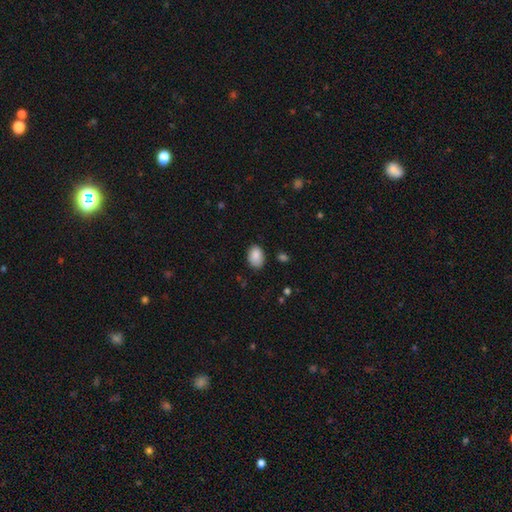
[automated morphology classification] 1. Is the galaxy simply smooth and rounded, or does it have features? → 88% smooth, 7% star or artifact, 5% featured or disk.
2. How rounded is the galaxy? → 81% in between, 18% round, 1% cigar-shaped.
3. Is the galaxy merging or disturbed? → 78% none, 17% minor disturbance, 3% major disturbance, 2% merger.